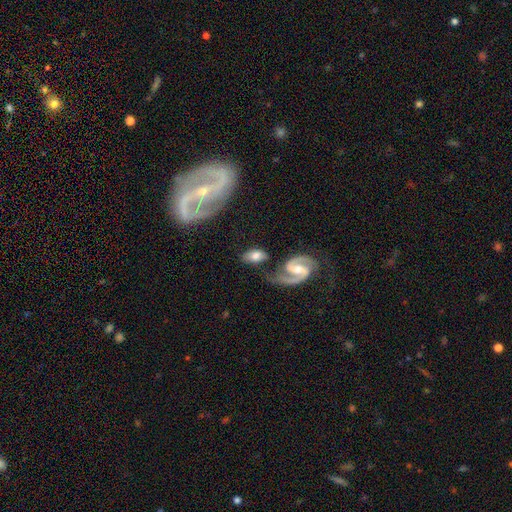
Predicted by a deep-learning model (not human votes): smooth_or_featured: smooth (p=0.56) [alt: featured or disk p=0.38]
how_rounded: in between (p=0.90) [alt: round p=0.07]
merging: none (p=0.60) [alt: minor disturbance p=0.19]